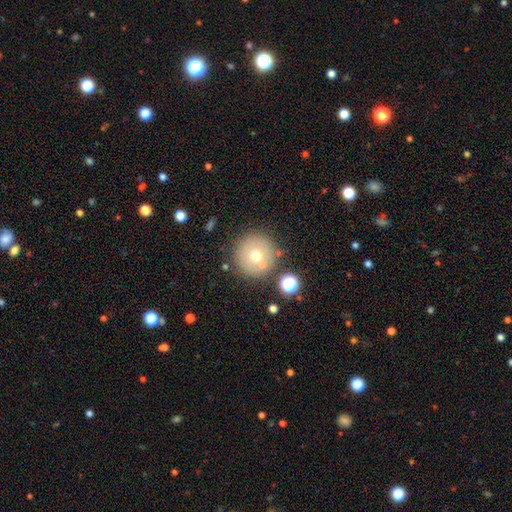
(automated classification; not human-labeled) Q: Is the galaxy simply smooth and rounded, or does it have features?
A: smooth — 65%.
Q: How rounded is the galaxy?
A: round — 96%.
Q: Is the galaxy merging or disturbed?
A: none — 76%.